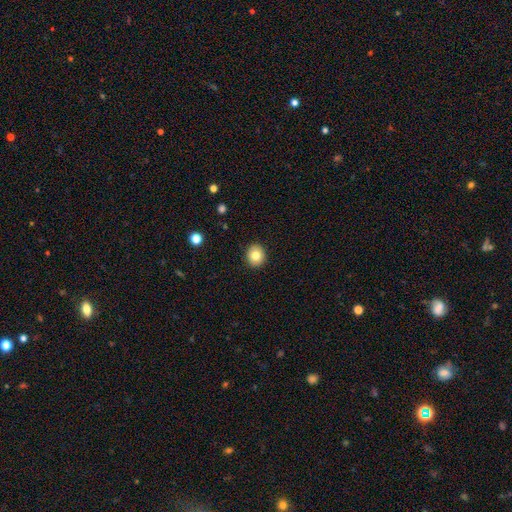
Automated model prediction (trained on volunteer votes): Smooth or featured: smooth — 80% (featured or disk — 10%)
How rounded: round — 81% (in between — 18%)
Merging: none — 91% (minor disturbance — 6%)